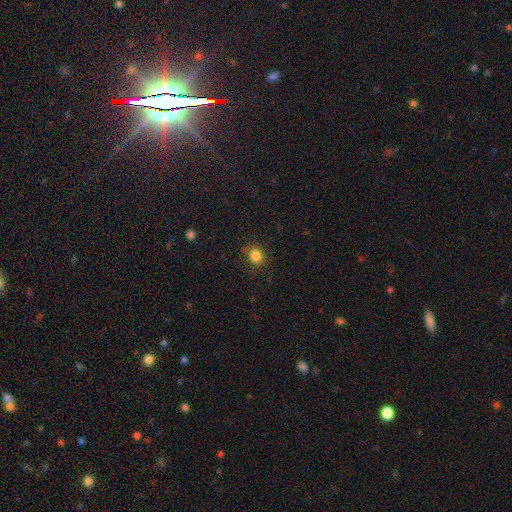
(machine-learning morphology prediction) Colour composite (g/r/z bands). It shows a smooth galaxy with no disk features (84%) that is round (76%). Merging: none (82%).